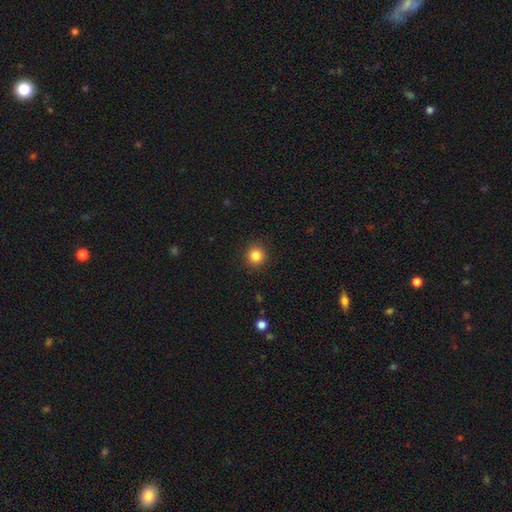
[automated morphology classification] type=smooth (85%); roundness=round (93%); merging=none (91%).